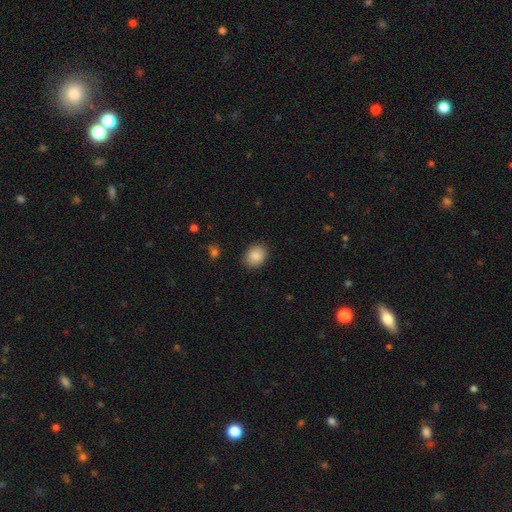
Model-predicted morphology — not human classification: Smooth or featured? Predicted: smooth (p=0.88). How rounded? Predicted: round (p=0.53). Merging? Predicted: none (p=0.87).